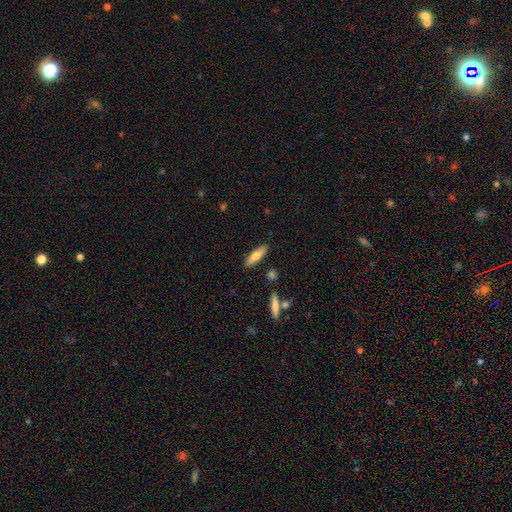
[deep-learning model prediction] A smooth galaxy with no disk features (64%) that is cigar-shaped (65%).

Vote fractions:
- Smooth or featured? smooth: 64% / featured or disk: 30% / star or artifact: 6%
- How rounded? cigar-shaped: 65% / in between: 33% / round: 2%
- Merging? none: 85% / minor disturbance: 10% / merger: 3% / major disturbance: 2%